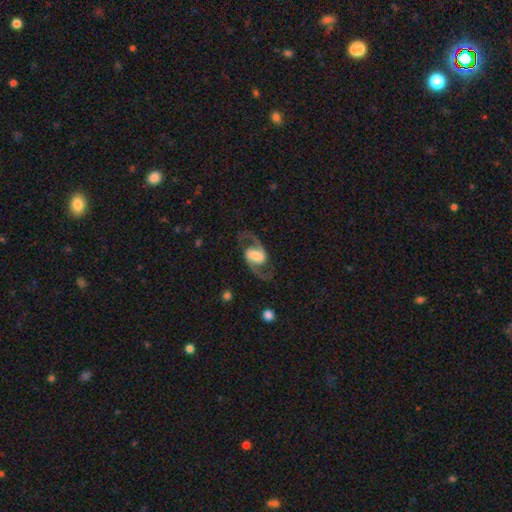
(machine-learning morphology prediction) A featured or disk galaxy (89%) with a weak bar (42%), 2 (94%) medium (52%) spiral arms (97%) and a moderate central bulge (36%).

Vote fractions:
- Smooth or featured? featured or disk: 89% / smooth: 7% / star or artifact: 5%
- Edge-on disk? no: 98% / yes: 2%
- Bar? weak: 42% / no: 31% / strong: 27%
- Spiral arms? yes: 97% / no: 3%
- Spiral winding? medium: 52% / loose: 39% / tight: 9%
- Spiral arm count? 2: 94% / can't tell: 1% / 1: 1% / 3: 1% / 4: 1% / more than 4: 1%
- Bulge size? moderate: 36% / large: 30% / small: 22% / none: 7% / dominant: 5%
- Merging? none: 80% / minor disturbance: 11% / major disturbance: 8% / merger: 1%